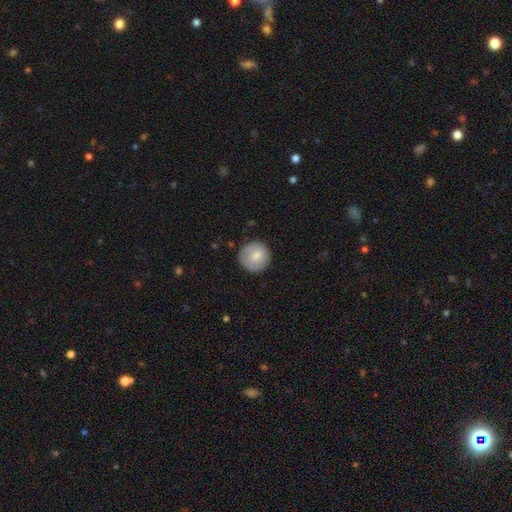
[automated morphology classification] This is clearly a smooth galaxy (83%). How rounded: clearly round (94%). Merging: clearly none (84%).